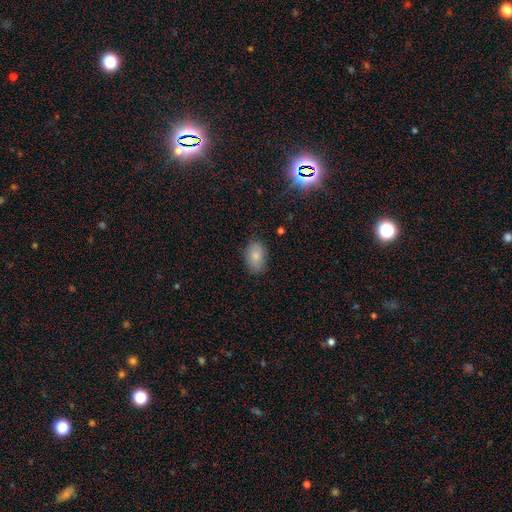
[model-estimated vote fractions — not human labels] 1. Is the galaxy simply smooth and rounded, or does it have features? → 80% smooth, 12% featured or disk, 8% star or artifact.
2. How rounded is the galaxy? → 86% in between, 13% round, 1% cigar-shaped.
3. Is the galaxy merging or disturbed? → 79% none, 17% minor disturbance, 3% major disturbance, 1% merger.